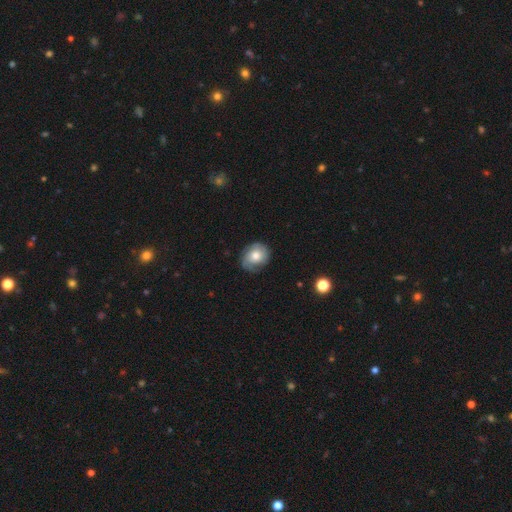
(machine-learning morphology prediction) A featured or disk galaxy (47%).

Vote fractions:
- Smooth or featured? featured or disk: 47% / smooth: 46% / star or artifact: 8%
- Merging? none: 71% / minor disturbance: 21% / major disturbance: 7% / merger: 1%